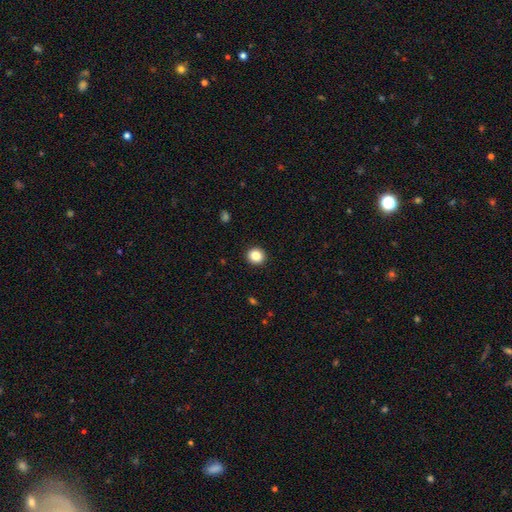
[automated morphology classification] Q: Smooth or featured?
A: smooth (86%); runner-up: star or artifact (10%)
Q: How rounded?
A: round (90%); runner-up: in between (9%)
Q: Merging?
A: none (93%); runner-up: minor disturbance (5%)